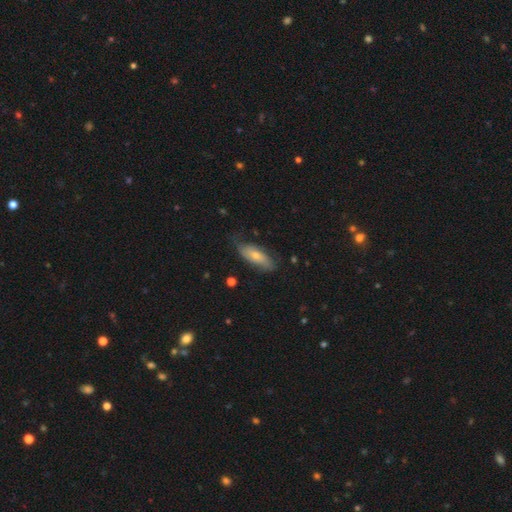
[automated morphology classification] type=smooth (56%); roundness=in between (73%); merging=none (63%).